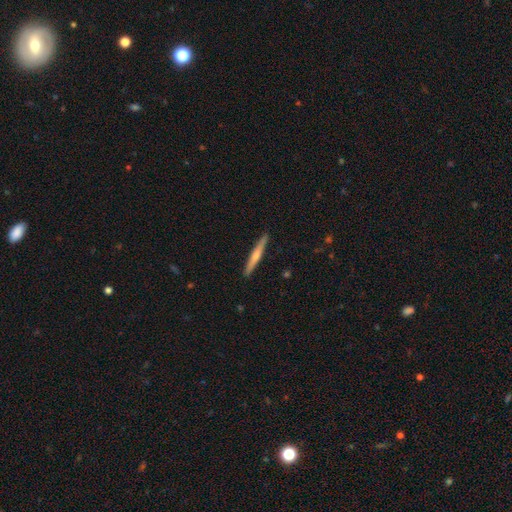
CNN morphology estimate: smooth 50%, featured or disk 45%, star or artifact 5%. Down the decision tree: merging — none (91%).